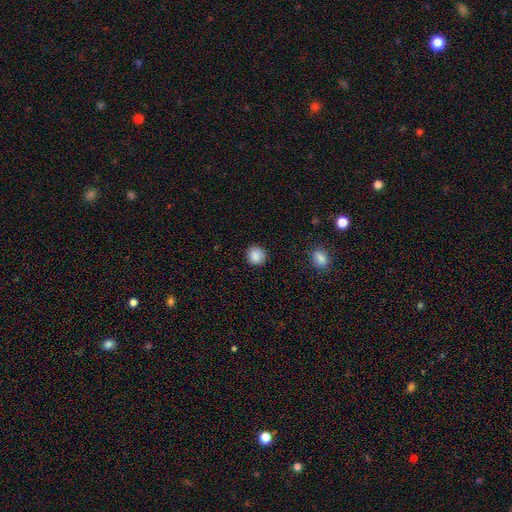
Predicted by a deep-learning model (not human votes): Smooth or featured? smooth (88%)
How rounded? round (89%)
Merging? none (89%)